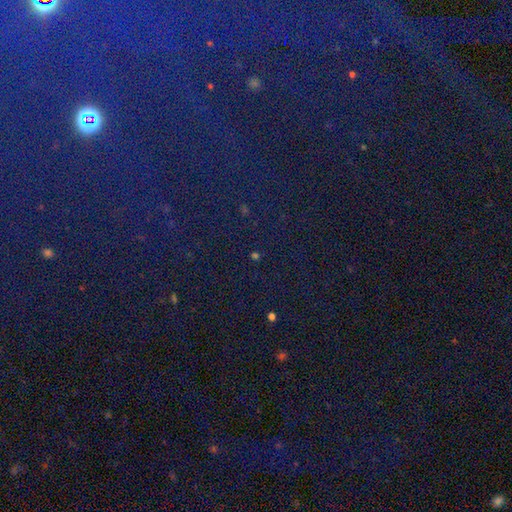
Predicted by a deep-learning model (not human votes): Smooth or featured? Predicted: star or artifact (p=0.82).